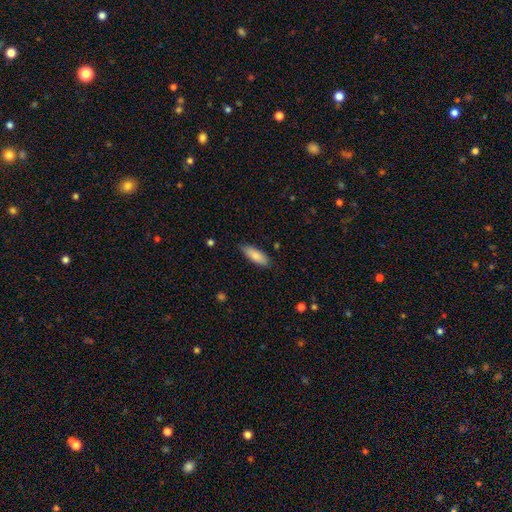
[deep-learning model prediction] A smooth galaxy with no disk features (82%) that is in between round and cigar-shaped (67%). Merging: none (80%).